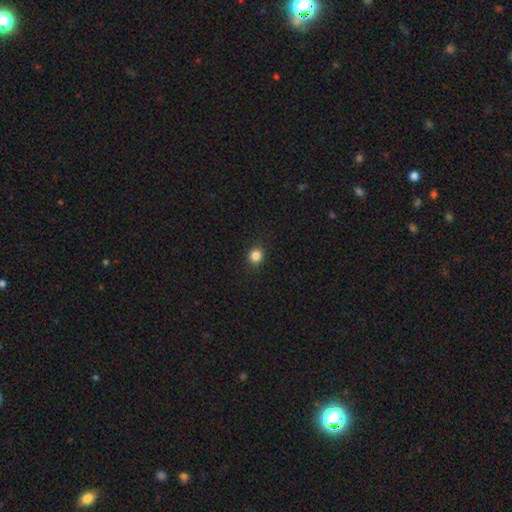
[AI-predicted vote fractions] Morphology: type=smooth (84%); roundness=round (88%); merging=none (90%).